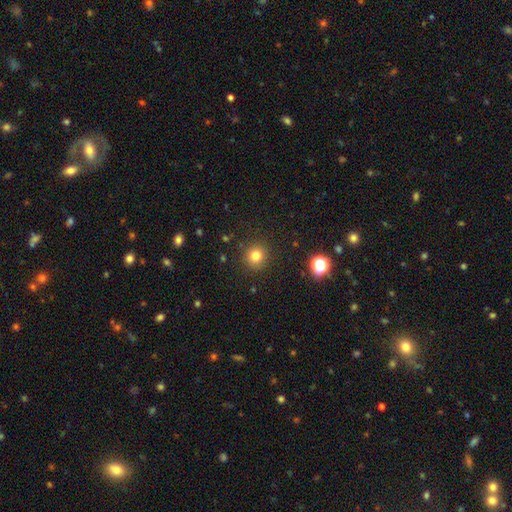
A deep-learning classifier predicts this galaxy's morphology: Smooth or featured? smooth (79%)
How rounded? round (93%)
Merging? none (91%)